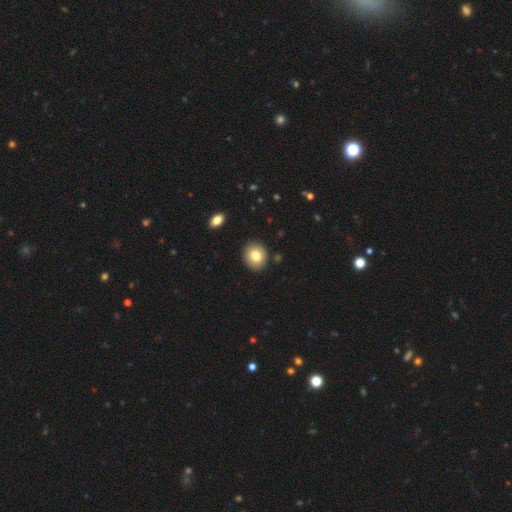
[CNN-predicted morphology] Smooth or featured? Predicted: smooth (p=0.81). How rounded? Predicted: round (p=0.64). Merging? Predicted: none (p=0.88).